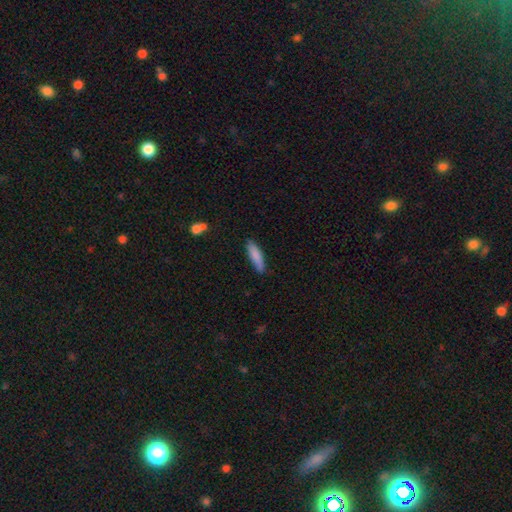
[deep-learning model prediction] This appears to be a smooth galaxy with no disk features (84%) that is cigar-shaped (72%). Merging: none (82%).